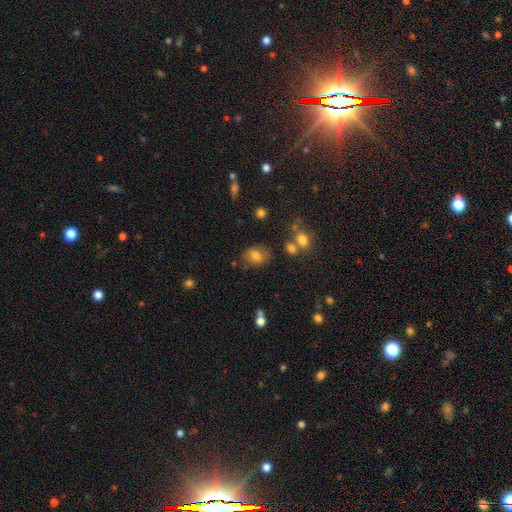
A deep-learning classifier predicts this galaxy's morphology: The model was most divided on "how rounded": in between: 64%, round: 35%, cigar-shaped: 1%. More confident: smooth or featured — smooth (75%); merging — none (73%).